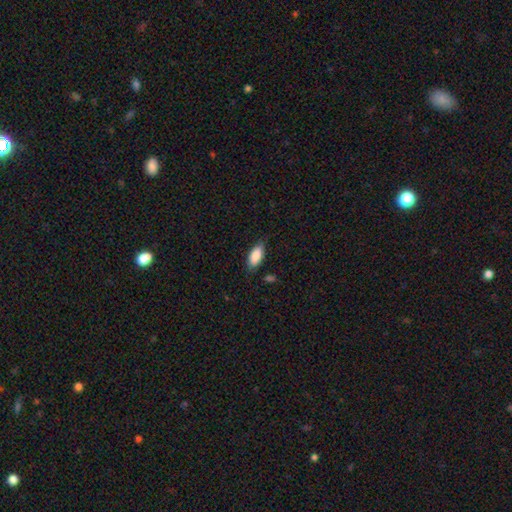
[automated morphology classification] type=smooth (87%); roundness=in between (88%); merging=none (76%).